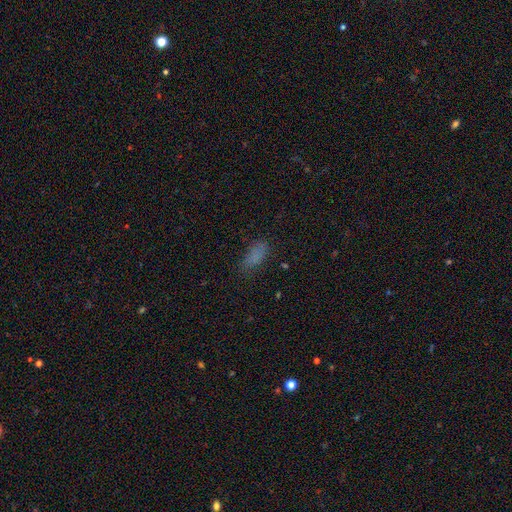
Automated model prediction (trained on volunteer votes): Q: Smooth or featured?
A: smooth (77%); runner-up: star or artifact (14%)
Q: How rounded?
A: in between (80%); runner-up: cigar-shaped (16%)
Q: Merging?
A: none (66%); runner-up: minor disturbance (23%)